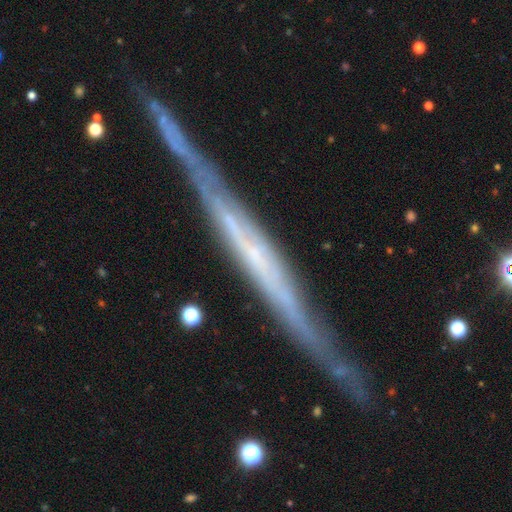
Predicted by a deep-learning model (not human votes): Smooth or featured?
  - featured or disk: 79% *
  - smooth: 14%
  - star or artifact: 7%
Edge-on disk?
  - yes: 95% *
  - no: 5%
Edge-on bulge?
  - none: 70% *
  - rounded: 15%
  - boxy: 15%
Merging?
  - none: 79% *
  - minor disturbance: 15%
  - major disturbance: 3%
  - merger: 2%